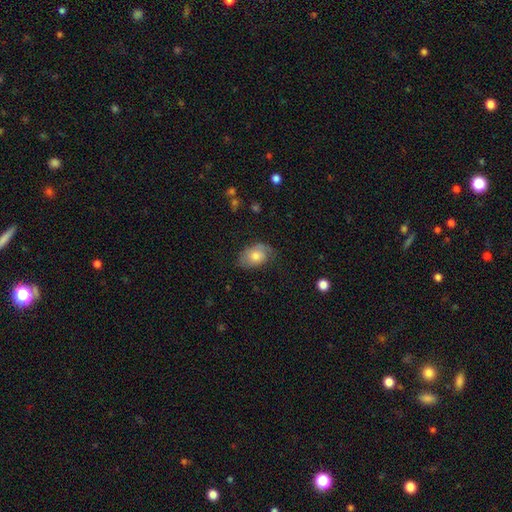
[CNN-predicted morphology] type=smooth (64%); roundness=in between (83%); merging=none (62%).